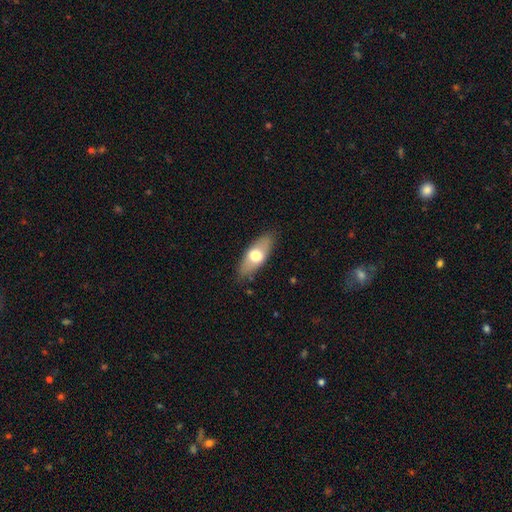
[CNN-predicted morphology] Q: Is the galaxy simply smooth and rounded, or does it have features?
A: smooth — 62%.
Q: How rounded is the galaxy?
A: in between — 78%.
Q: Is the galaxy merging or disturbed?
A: none — 83%.